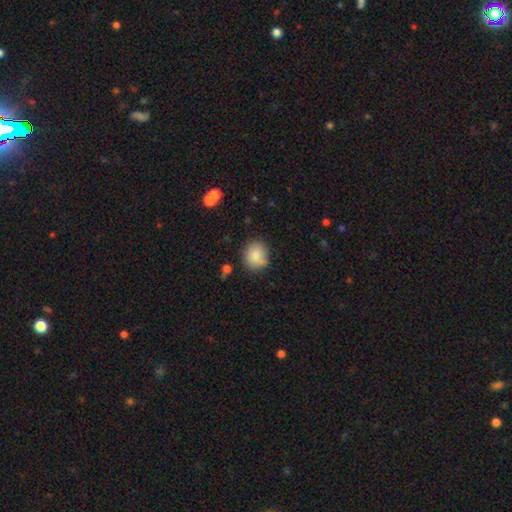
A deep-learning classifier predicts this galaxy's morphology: type=smooth (83%); roundness=round (80%); merging=none (74%).